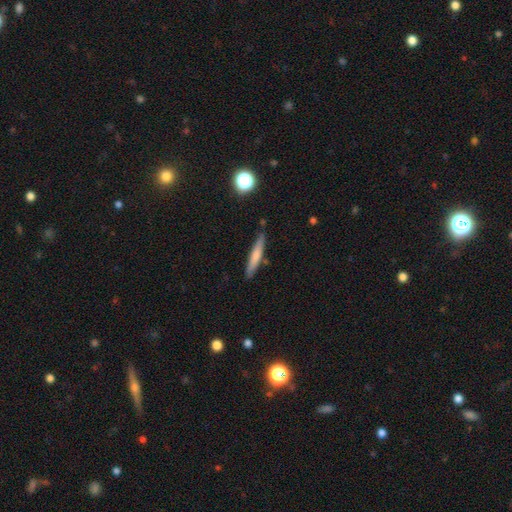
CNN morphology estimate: A smooth galaxy with no disk features (64%) that is cigar-shaped (93%). Merging: none (83%).